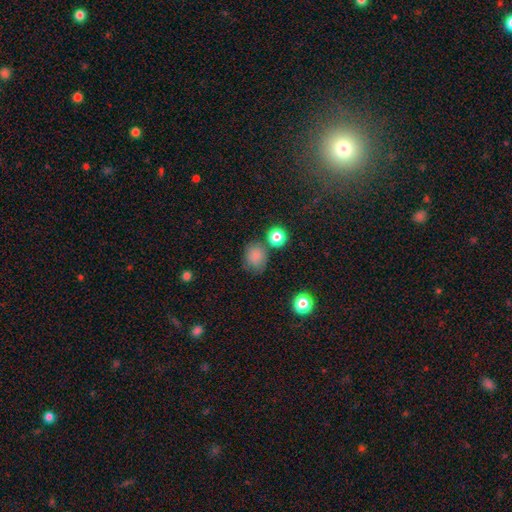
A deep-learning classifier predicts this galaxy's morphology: Smooth or featured?
  - smooth: 82% *
  - star or artifact: 13%
  - featured or disk: 6%
How rounded?
  - round: 69% *
  - in between: 29%
  - cigar-shaped: 1%
Merging?
  - none: 68% *
  - minor disturbance: 18%
  - merger: 9%
  - major disturbance: 6%